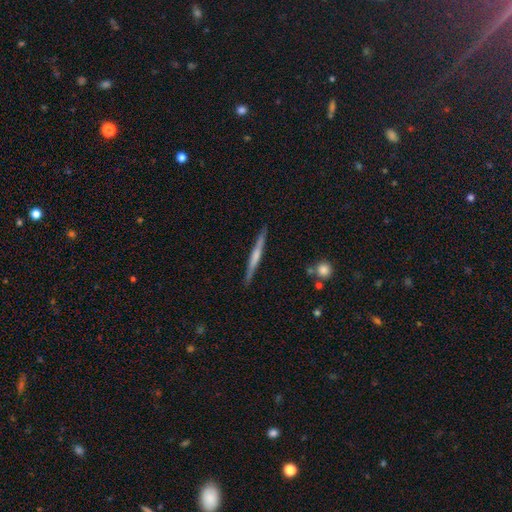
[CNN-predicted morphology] The model was most divided on "smooth or featured": featured or disk: 53%, smooth: 42%, star or artifact: 5%. More confident: edge-on disk — yes (97%); merging — none (89%); edge-on bulge — none (56%).